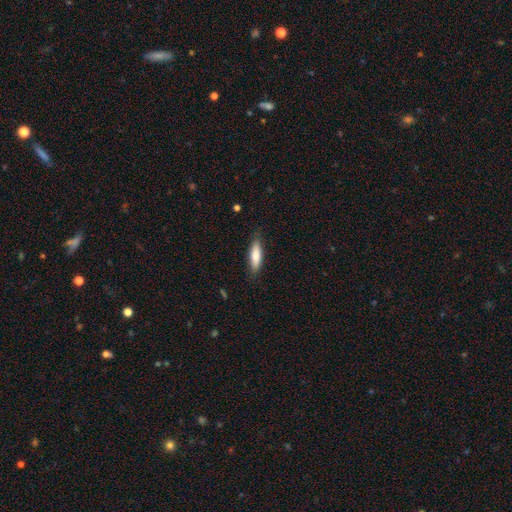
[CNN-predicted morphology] A smooth galaxy with no disk features (78%) that is cigar-shaped (59%).

Vote fractions:
- Smooth or featured? smooth: 78% / featured or disk: 16% / star or artifact: 6%
- How rounded? cigar-shaped: 59% / in between: 40% / round: 2%
- Merging? none: 83% / minor disturbance: 14% / major disturbance: 2% / merger: 1%